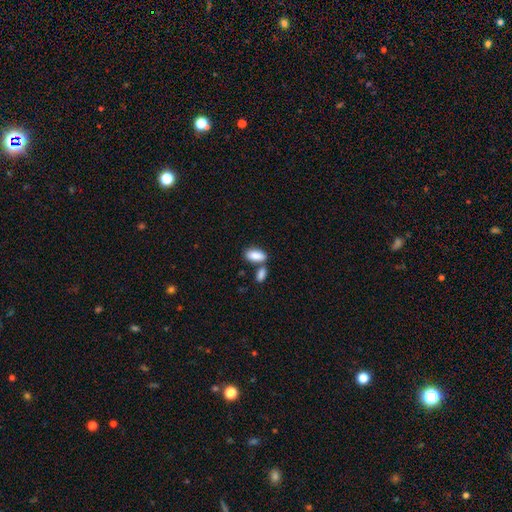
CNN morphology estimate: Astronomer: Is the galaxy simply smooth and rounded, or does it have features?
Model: smooth — 87%.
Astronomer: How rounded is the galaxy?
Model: in between — 92%.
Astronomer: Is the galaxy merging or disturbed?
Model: none — 51% (runner-up: merger, 35%).